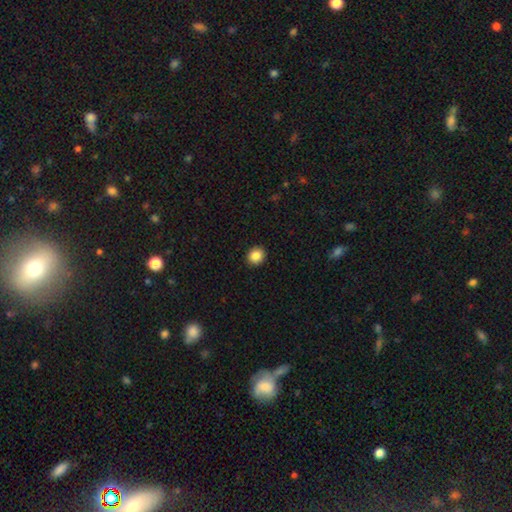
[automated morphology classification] A smooth galaxy with no disk features (87%) that is round (77%).

Vote fractions:
- Smooth or featured? smooth: 87% / star or artifact: 9% / featured or disk: 4%
- How rounded? round: 77% / in between: 23% / cigar-shaped: 1%
- Merging? none: 93% / minor disturbance: 5% / major disturbance: 2% / merger: 1%